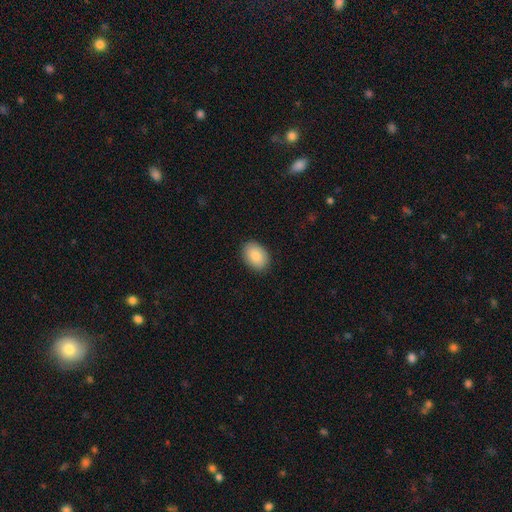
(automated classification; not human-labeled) A smooth galaxy with no disk features (87%) that is in between round and cigar-shaped (81%).

Vote fractions:
- Smooth or featured? smooth: 87% / star or artifact: 7% / featured or disk: 6%
- How rounded? in between: 81% / round: 18% / cigar-shaped: 1%
- Merging? none: 89% / minor disturbance: 8% / major disturbance: 2% / merger: 1%